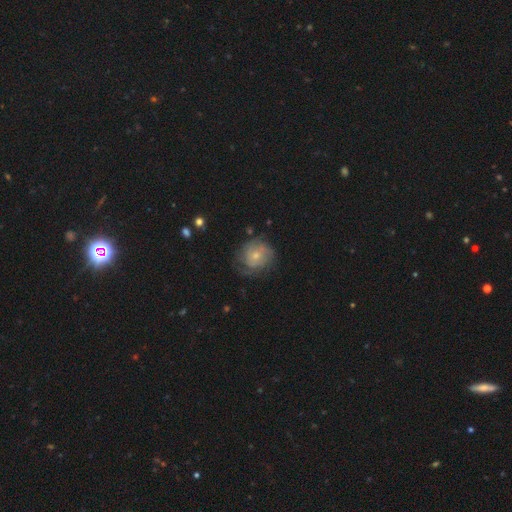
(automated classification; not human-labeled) Smooth or featured: featured or disk — 60% (smooth — 32%)
Edge-on disk: no — 97% (yes — 3%)
Bar: no — 78% (weak — 20%)
Spiral arms: yes — 82% (no — 18%)
Bulge size: small — 64% (moderate — 30%)
Merging: none — 60% (minor disturbance — 24%)